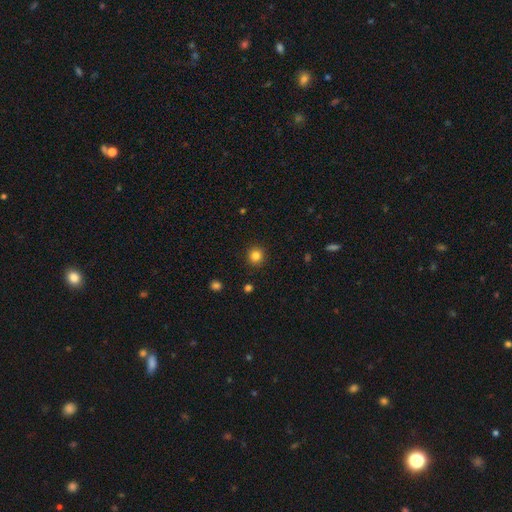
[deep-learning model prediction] Smooth or featured? Predicted: smooth (p=0.83). How rounded? Predicted: round (p=0.94). Merging? Predicted: none (p=0.92).